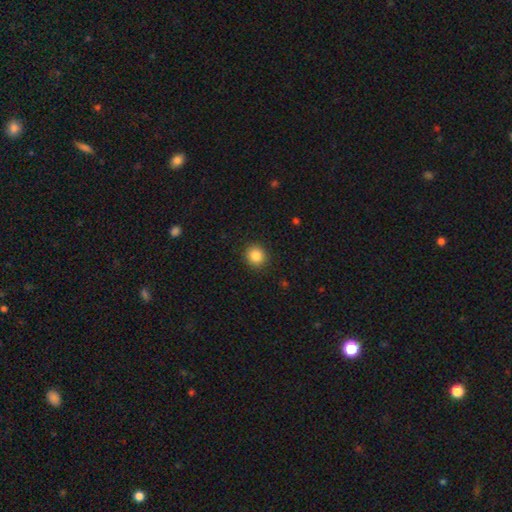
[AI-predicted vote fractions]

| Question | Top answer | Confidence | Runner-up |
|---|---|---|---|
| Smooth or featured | smooth | 86% | star or artifact (10%) |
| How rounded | round | 89% | in between (10%) |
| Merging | none | 91% | minor disturbance (6%) |